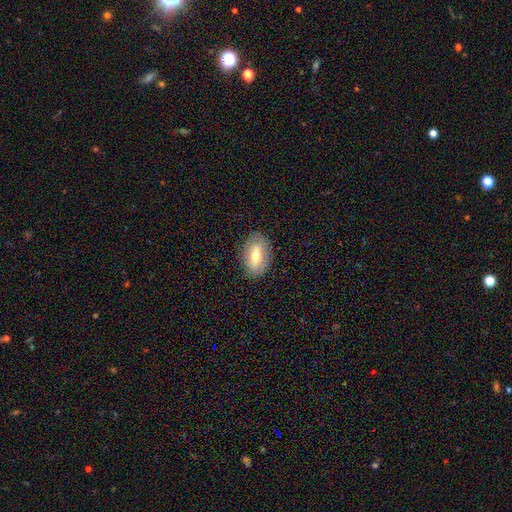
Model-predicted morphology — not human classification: A smooth galaxy with no disk features (50%).

Vote fractions:
- Smooth or featured? smooth: 50% / featured or disk: 43% / star or artifact: 7%
- Merging? none: 83% / minor disturbance: 12% / major disturbance: 4% / merger: 1%